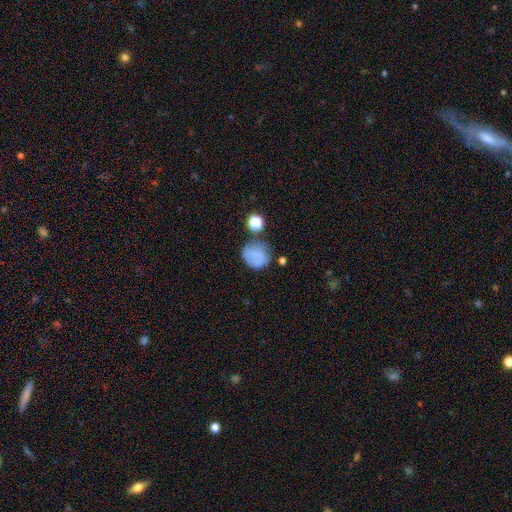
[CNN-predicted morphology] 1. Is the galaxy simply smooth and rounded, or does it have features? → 71% smooth, 16% featured or disk, 13% star or artifact.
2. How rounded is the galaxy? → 75% round, 24% in between, 1% cigar-shaped.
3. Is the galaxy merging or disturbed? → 59% none, 23% minor disturbance, 11% major disturbance, 7% merger.